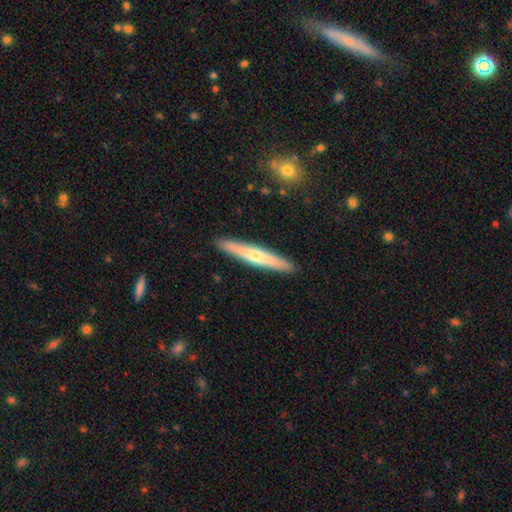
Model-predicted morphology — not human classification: smooth-or-featured: smooth: 51% | featured or disk: 44% | star or artifact: 5%
  how-rounded: cigar-shaped: 94% | in between: 5% | round: 1%
  merging: none: 91% | minor disturbance: 6% | major disturbance: 1% | merger: 1%